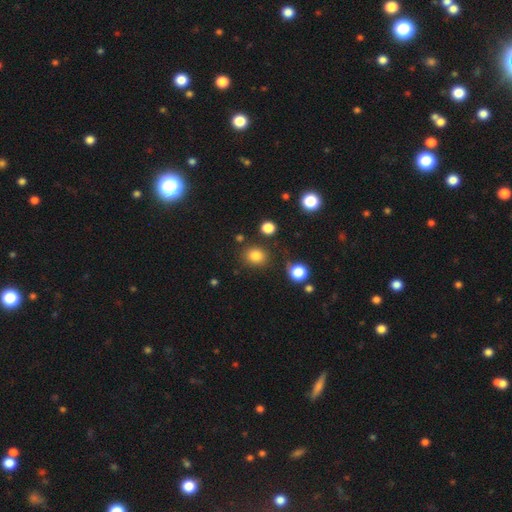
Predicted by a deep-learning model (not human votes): smooth 82%, star or artifact 12%, featured or disk 5%. Down the decision tree: how rounded — round (66%); merging — none (80%).